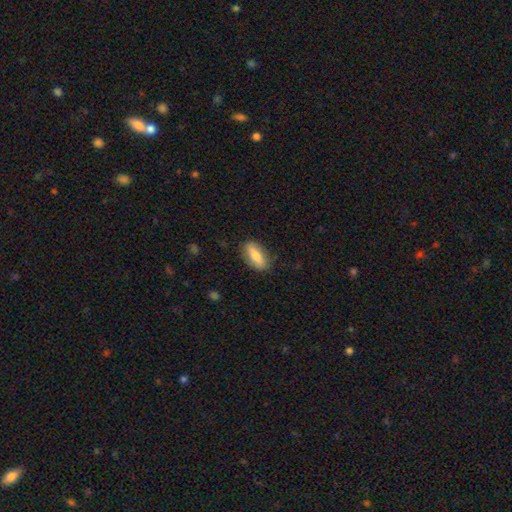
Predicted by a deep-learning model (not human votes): Smooth or featured? Predicted: smooth (p=0.67). How rounded? Predicted: in between (p=0.74). Merging? Predicted: none (p=0.83).